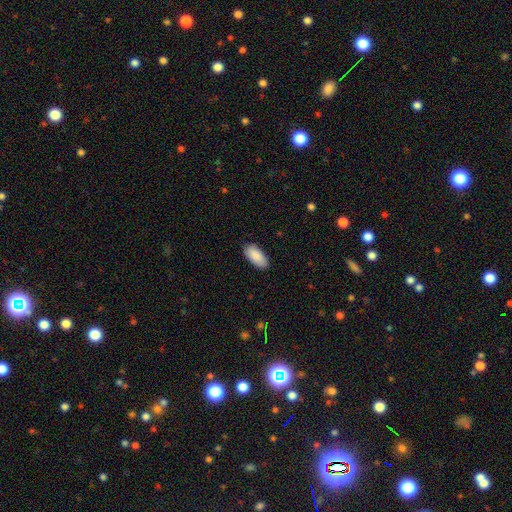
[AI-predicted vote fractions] smooth 90%, star or artifact 6%, featured or disk 4%. Down the decision tree: how rounded — in between (93%); merging — none (86%).